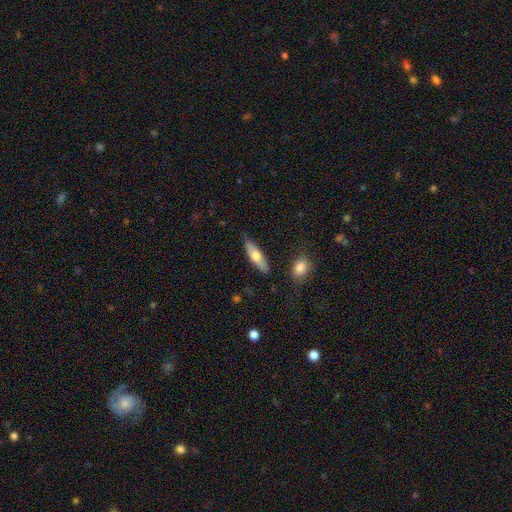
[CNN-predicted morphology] Overall: smooth (61%; featured or disk 33%). How rounded: cigar-shaped (58%; in between 40%). Merging: none (81%).